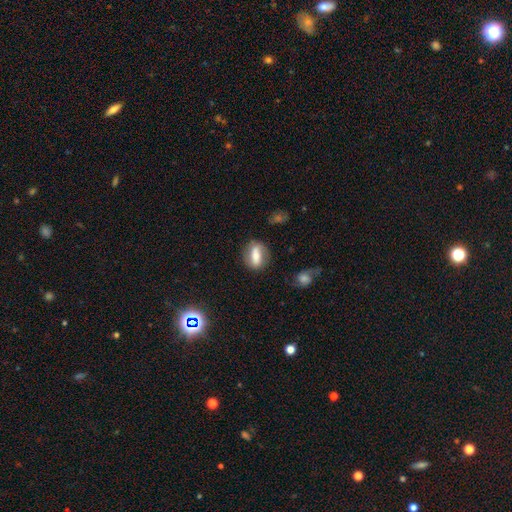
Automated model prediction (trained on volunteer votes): smooth 60%, featured or disk 32%, star or artifact 8%. Down the decision tree: how rounded — in between (68%); merging — none (76%).